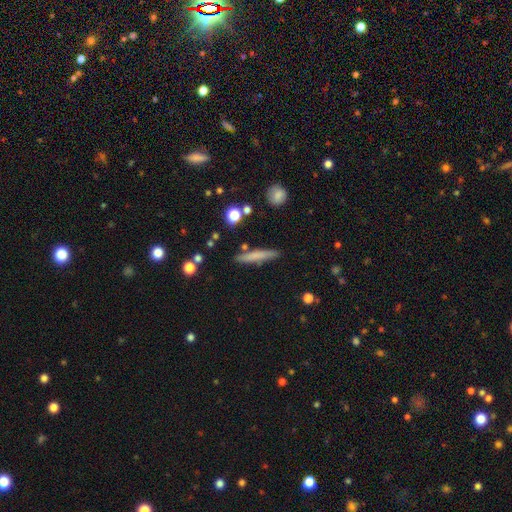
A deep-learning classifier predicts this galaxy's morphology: smooth_or_featured: smooth (p=0.69) [alt: featured or disk p=0.24]
how_rounded: cigar-shaped (p=0.91) [alt: in between p=0.07]
merging: none (p=0.84) [alt: minor disturbance p=0.10]